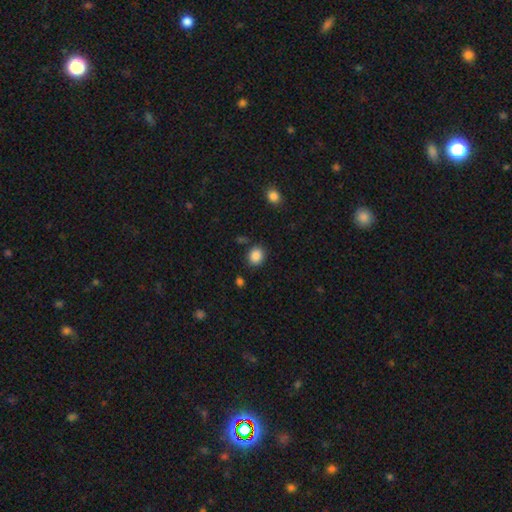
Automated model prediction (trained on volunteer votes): Smooth or featured?
  - smooth: 87% *
  - star or artifact: 9%
  - featured or disk: 3%
How rounded?
  - round: 63% *
  - in between: 36%
  - cigar-shaped: 1%
Merging?
  - none: 83% *
  - minor disturbance: 11%
  - major disturbance: 3%
  - merger: 3%